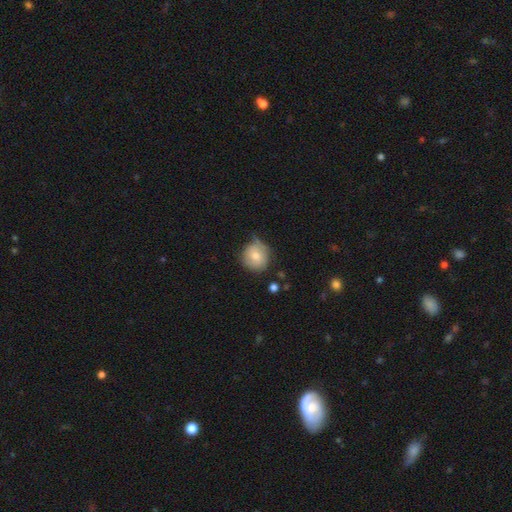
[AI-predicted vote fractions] smooth 74%, featured or disk 19%, star or artifact 8%. Down the decision tree: how rounded — round (87%); merging — none (61%).